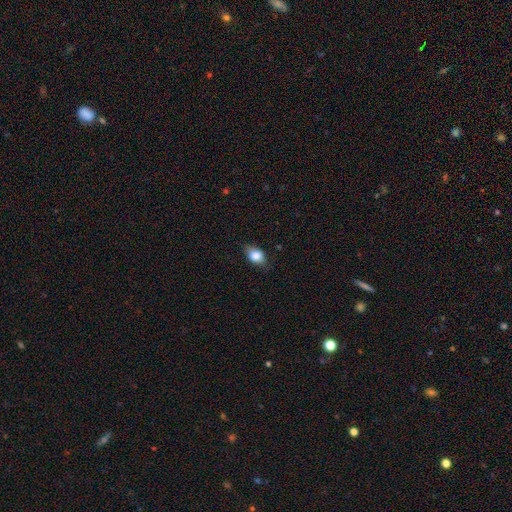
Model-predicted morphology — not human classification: smooth 80%, featured or disk 12%, star or artifact 8%. Down the decision tree: how rounded — in between (82%); merging — none (76%).